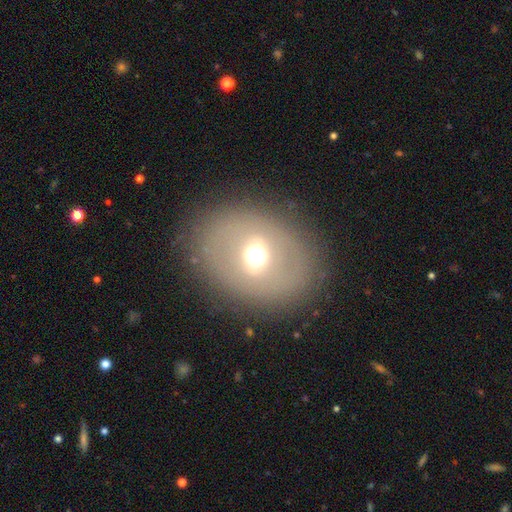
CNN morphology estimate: Q: Smooth or featured?
A: smooth (51%); runner-up: featured or disk (33%)
Q: How rounded?
A: round (51%); runner-up: in between (47%)
Q: Merging?
A: none (82%); runner-up: minor disturbance (10%)